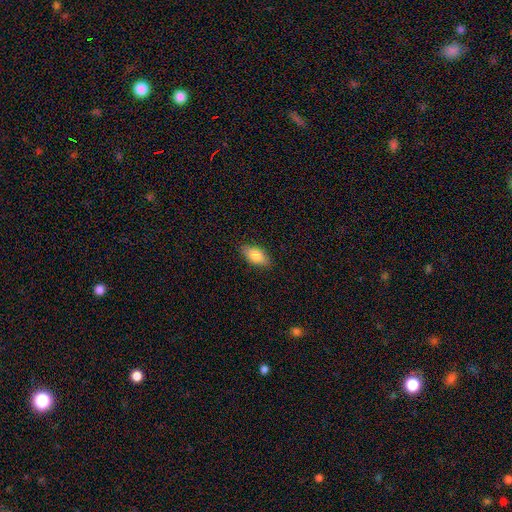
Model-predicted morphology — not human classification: This is clearly a smooth galaxy (81%). How rounded: clearly in between (89%). Merging: clearly none (86%).